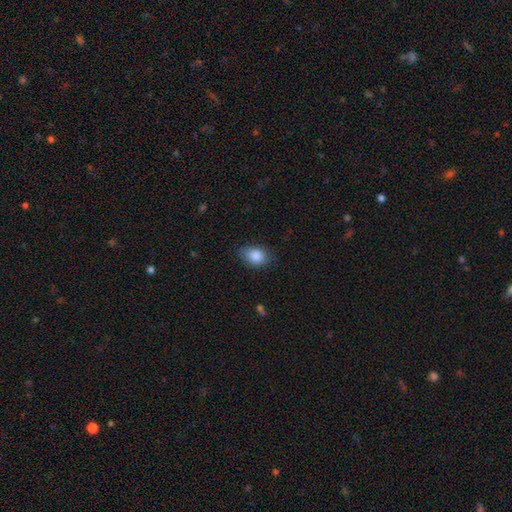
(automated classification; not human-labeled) Smooth or featured: smooth — 86% (star or artifact — 8%)
How rounded: in between — 81% (round — 18%)
Merging: none — 77% (minor disturbance — 19%)